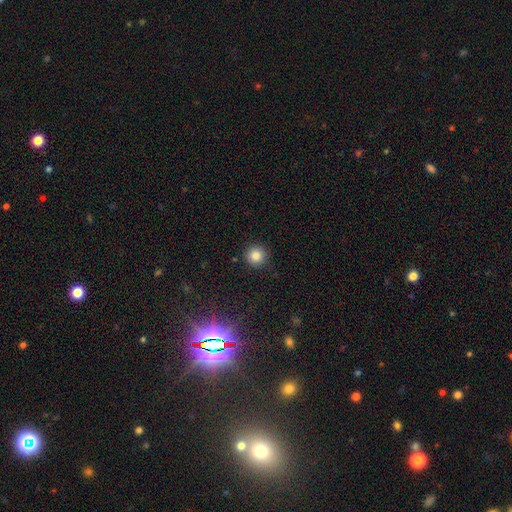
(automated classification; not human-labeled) This appears to be a smooth galaxy with no disk features (82%) that is round (95%). Merging: none (91%).